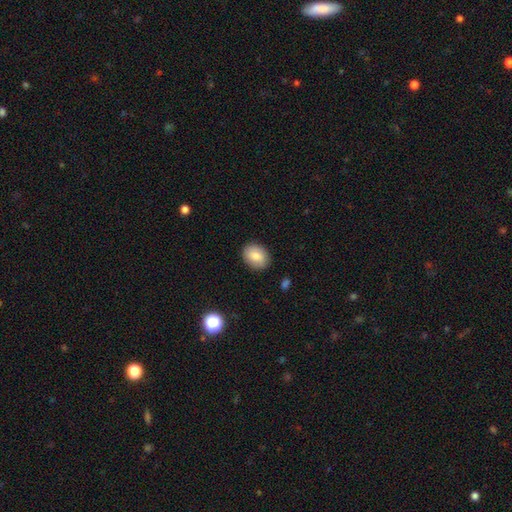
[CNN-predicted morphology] smooth-or-featured: smooth: 80% | featured or disk: 12% | star or artifact: 8%
  how-rounded: in between: 59% | round: 40% | cigar-shaped: 1%
  merging: none: 87% | minor disturbance: 10% | major disturbance: 2% | merger: 1%